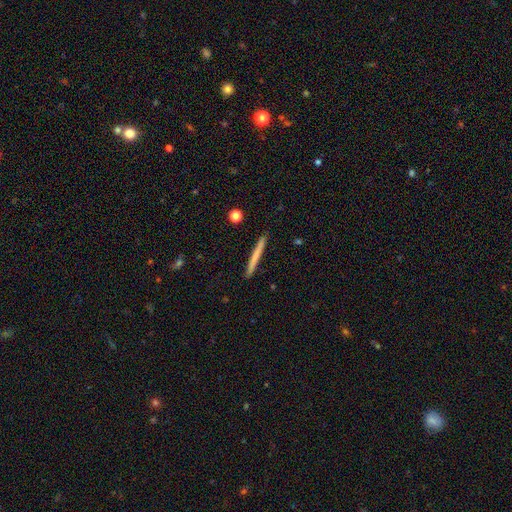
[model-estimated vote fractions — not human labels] Smooth or featured? Predicted: smooth (p=0.65). How rounded? Predicted: cigar-shaped (p=0.97). Merging? Predicted: none (p=0.92).